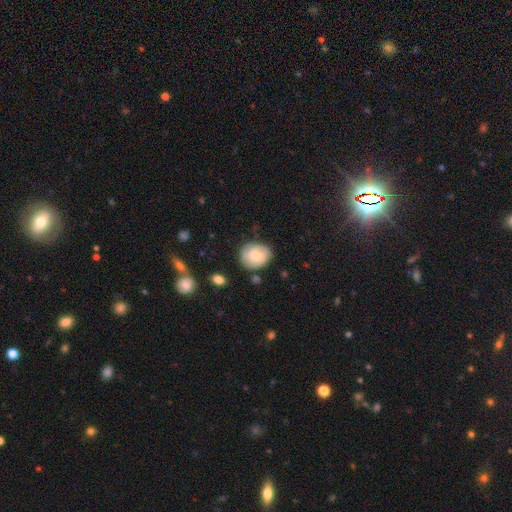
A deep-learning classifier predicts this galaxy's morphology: Smooth or featured? Predicted: featured or disk (p=0.52). Edge-on disk? Predicted: no (p=0.97). Bar? Predicted: weak (p=0.49). Spiral arms? Predicted: yes (p=0.83). Bulge size? Predicted: moderate (p=0.53). Merging? Predicted: none (p=0.70).